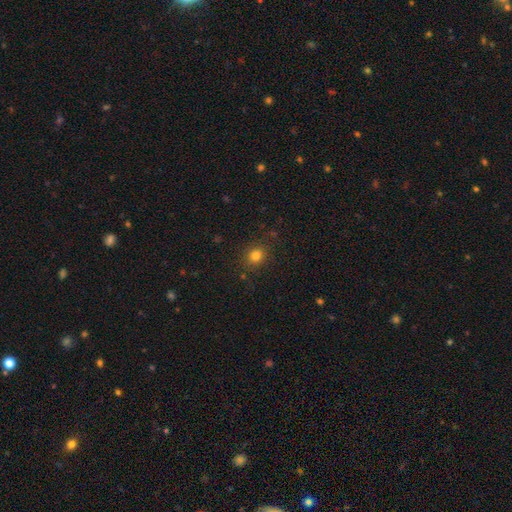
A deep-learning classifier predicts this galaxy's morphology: The model was most divided on "how rounded": round: 76%, in between: 23%, cigar-shaped: 1%. More confident: merging — none (86%); smooth or featured — smooth (80%).